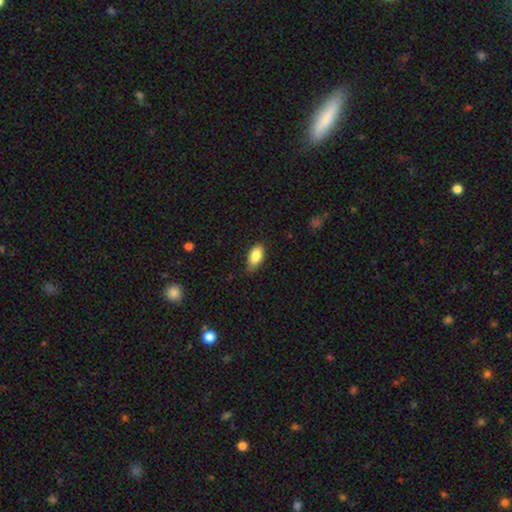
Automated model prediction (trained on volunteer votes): Q: Smooth or featured?
A: smooth (86%); runner-up: star or artifact (7%)
Q: How rounded?
A: in between (90%); runner-up: cigar-shaped (6%)
Q: Merging?
A: none (77%); runner-up: minor disturbance (19%)